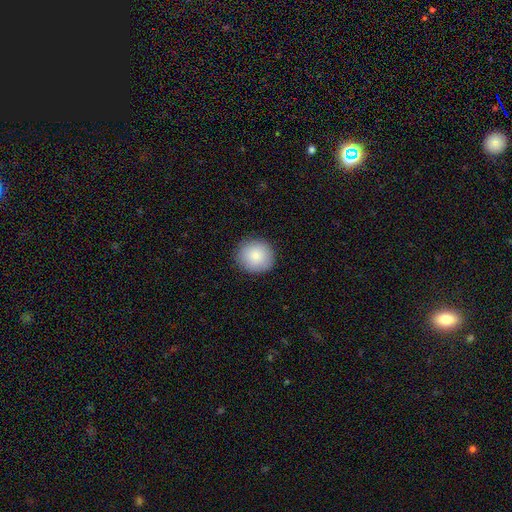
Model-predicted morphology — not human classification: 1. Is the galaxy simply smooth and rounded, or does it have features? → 86% smooth, 7% star or artifact, 7% featured or disk.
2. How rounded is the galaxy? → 90% round, 9% in between, 1% cigar-shaped.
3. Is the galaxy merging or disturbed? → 90% none, 8% minor disturbance, 2% major disturbance, 1% merger.